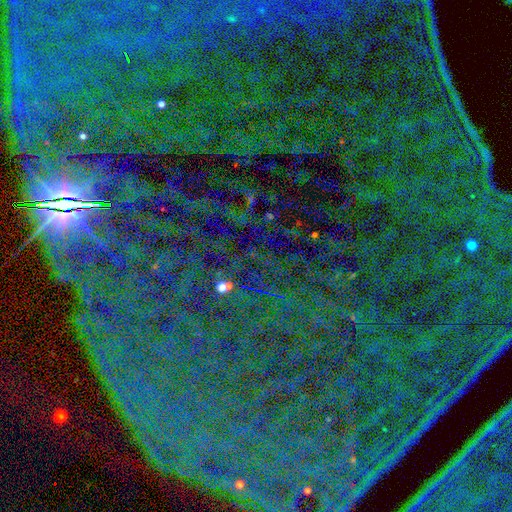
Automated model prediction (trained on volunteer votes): Smooth or featured: star or artifact — 85% (smooth — 8%)